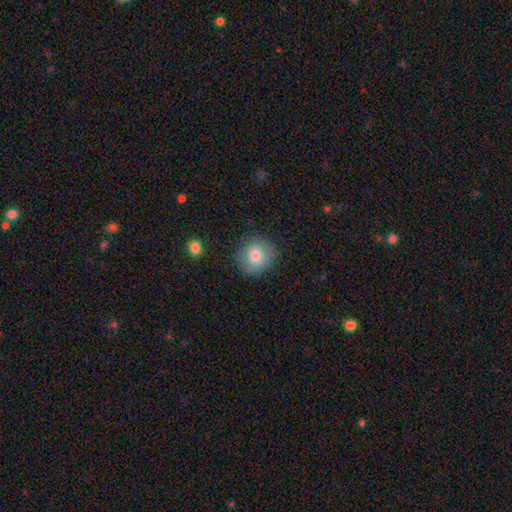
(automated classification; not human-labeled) Morphology: type=smooth (74%); roundness=round (83%); merging=none (79%).